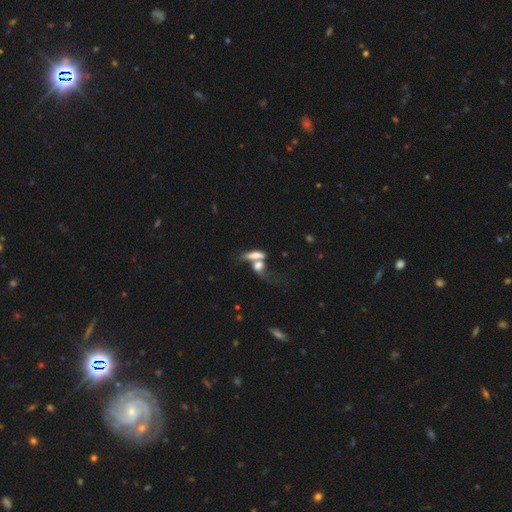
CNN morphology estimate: Q: Smooth or featured?
A: smooth (59%); runner-up: featured or disk (31%)
Q: How rounded?
A: in between (54%); runner-up: cigar-shaped (36%)
Q: Merging?
A: merger (62%); runner-up: none (19%)